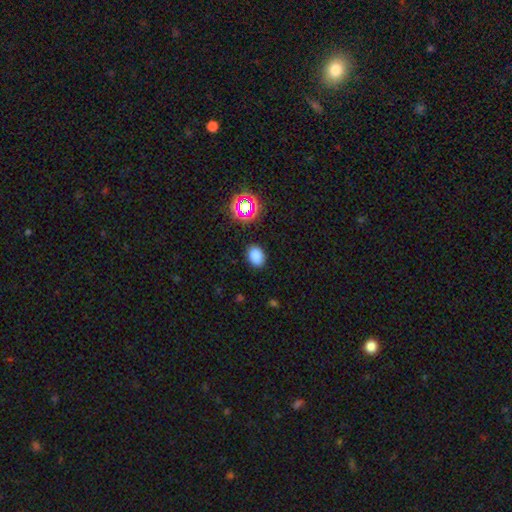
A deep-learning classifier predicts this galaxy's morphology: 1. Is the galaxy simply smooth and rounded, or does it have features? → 80% smooth, 15% star or artifact, 5% featured or disk.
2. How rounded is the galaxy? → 73% in between, 26% round, 1% cigar-shaped.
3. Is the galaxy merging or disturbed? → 87% none, 9% minor disturbance, 3% major disturbance, 1% merger.